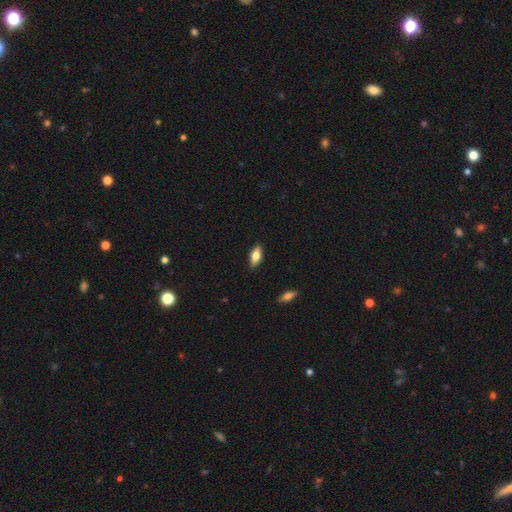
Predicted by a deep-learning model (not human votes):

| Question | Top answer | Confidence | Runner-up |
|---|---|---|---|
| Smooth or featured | smooth | 75% | featured or disk (18%) |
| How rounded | in between | 82% | cigar-shaped (16%) |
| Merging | none | 88% | minor disturbance (9%) |